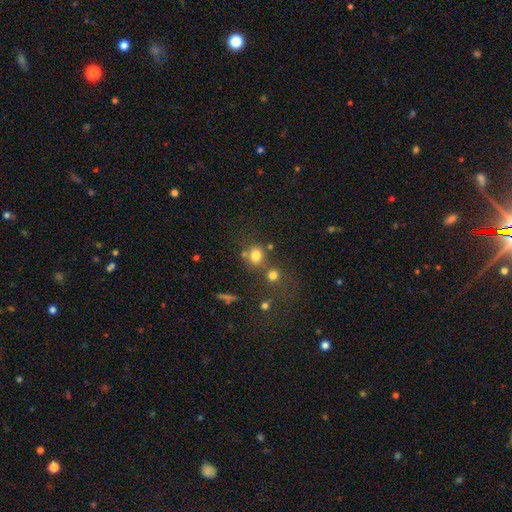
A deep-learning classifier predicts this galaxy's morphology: smooth 77%, star or artifact 15%, featured or disk 8%. Down the decision tree: how rounded — round (72%); merging — none (59%).